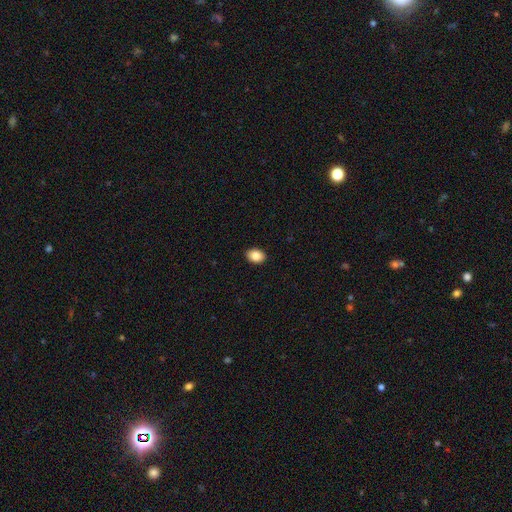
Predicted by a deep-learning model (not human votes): A smooth galaxy with no disk features (87%) that is in between round and cigar-shaped (75%).

Vote fractions:
- Smooth or featured? smooth: 87% / star or artifact: 8% / featured or disk: 5%
- How rounded? in between: 75% / round: 24% / cigar-shaped: 1%
- Merging? none: 91% / minor disturbance: 7% / major disturbance: 2% / merger: 1%